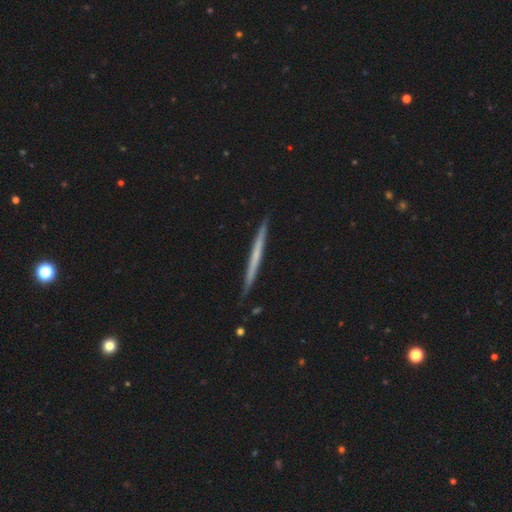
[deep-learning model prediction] A featured or disk galaxy (53%) viewed edge-on (97%) with no central bulge (89%).

Vote fractions:
- Smooth or featured? featured or disk: 53% / smooth: 42% / star or artifact: 6%
- Edge-on disk? yes: 97% / no: 3%
- Edge-on bulge? none: 89% / rounded: 8% / boxy: 3%
- Merging? none: 91% / minor disturbance: 7% / merger: 1% / major disturbance: 1%